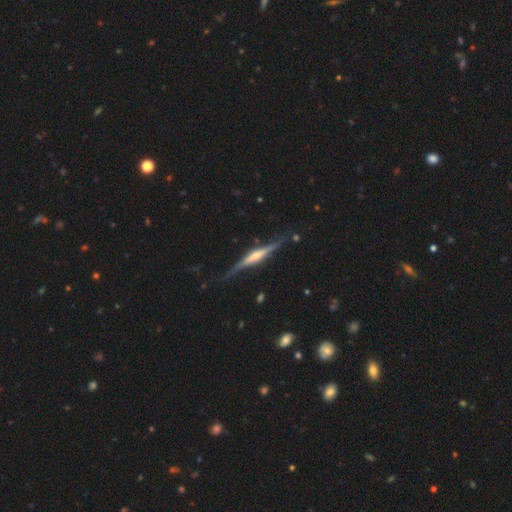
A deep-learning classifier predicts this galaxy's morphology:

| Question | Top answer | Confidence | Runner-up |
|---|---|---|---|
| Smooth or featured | featured or disk | 75% | smooth (19%) |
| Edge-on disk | yes | 96% | no (4%) |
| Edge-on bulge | rounded | 52% | boxy (32%) |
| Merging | none | 78% | minor disturbance (16%) |